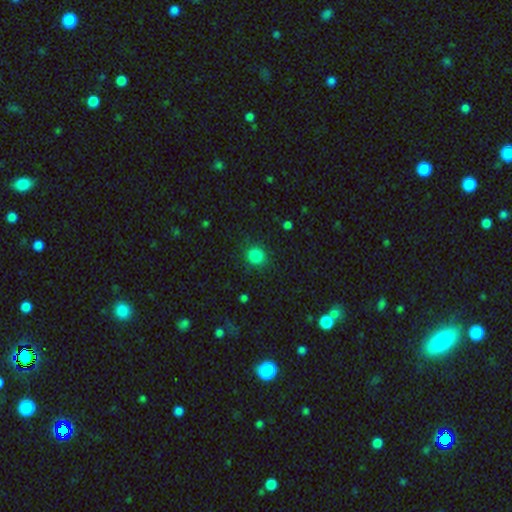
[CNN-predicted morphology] A smooth galaxy with no disk features (84%) that is round (88%). Merging: none (88%).